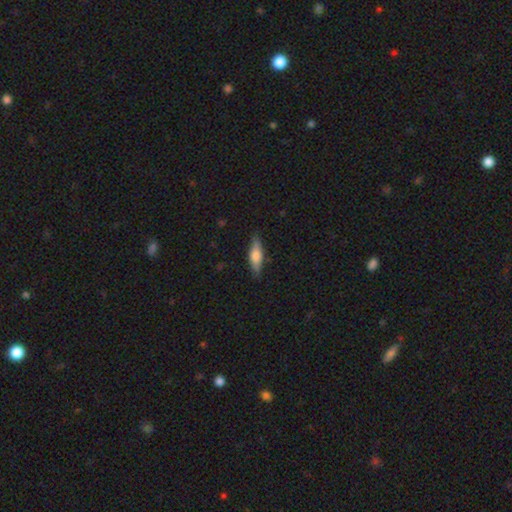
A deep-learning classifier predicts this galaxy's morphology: A smooth galaxy with no disk features (63%) that is cigar-shaped (49%).

Vote fractions:
- Smooth or featured? smooth: 63% / featured or disk: 30% / star or artifact: 6%
- How rounded? cigar-shaped: 49% / in between: 48% / round: 3%
- Merging? none: 83% / minor disturbance: 13% / major disturbance: 2% / merger: 1%